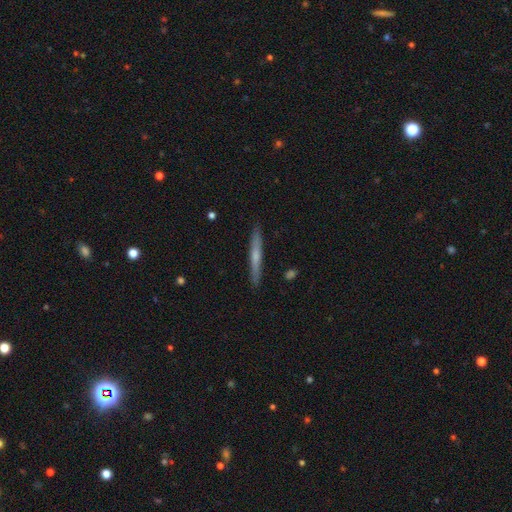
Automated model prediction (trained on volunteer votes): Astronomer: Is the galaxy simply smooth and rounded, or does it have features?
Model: featured or disk — 50% (runner-up: smooth, 44%).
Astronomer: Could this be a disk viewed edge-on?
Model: yes — 96%.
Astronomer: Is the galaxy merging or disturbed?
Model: none — 90%.